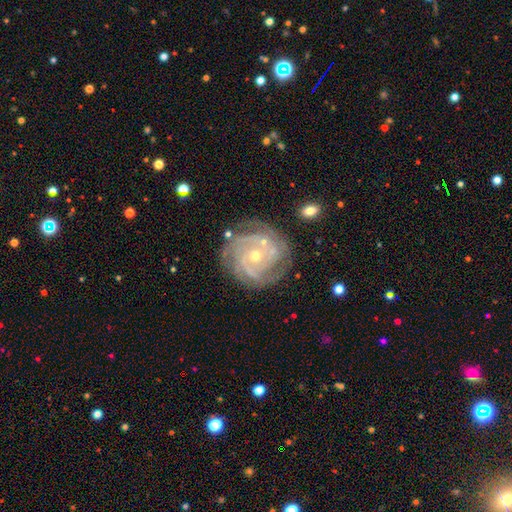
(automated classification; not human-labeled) This appears to be a featured or disk galaxy (89%) with no bar (70%), 3 (30%) tight (75%) spiral arms (97%) and a small central bulge (60%). Merging: none (74%).